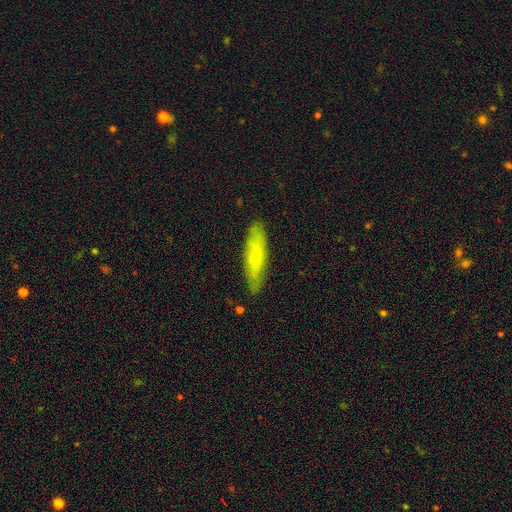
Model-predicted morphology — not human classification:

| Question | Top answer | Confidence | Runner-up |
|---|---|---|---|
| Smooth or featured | smooth | 64% | featured or disk (31%) |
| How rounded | cigar-shaped | 72% | in between (27%) |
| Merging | none | 83% | minor disturbance (14%) |